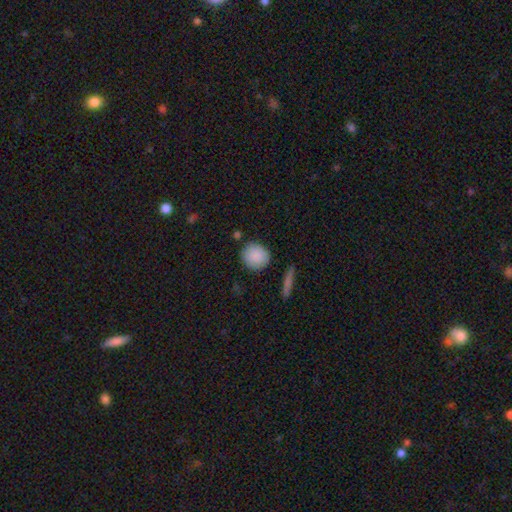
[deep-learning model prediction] This appears to be a smooth galaxy with no disk features (89%) that is round (85%). Merging: none (84%).